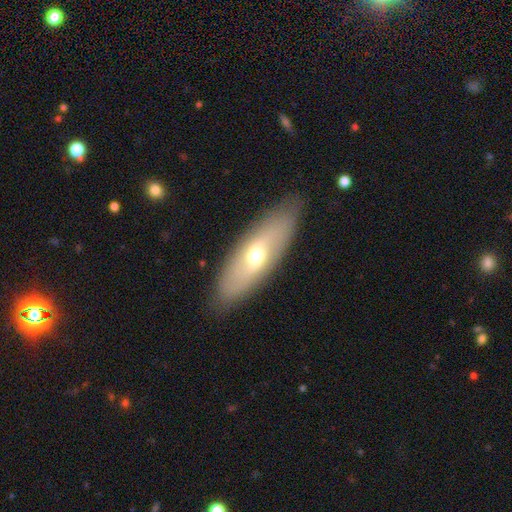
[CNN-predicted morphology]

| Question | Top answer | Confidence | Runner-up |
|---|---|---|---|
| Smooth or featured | smooth | 49% | featured or disk (45%) |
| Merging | none | 86% | minor disturbance (10%) |